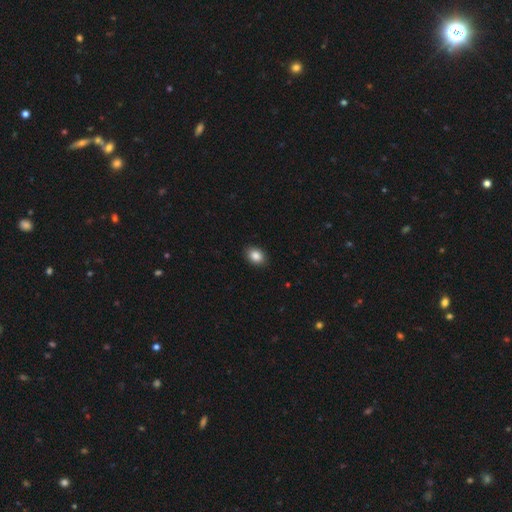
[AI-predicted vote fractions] Morphology: type=smooth (87%); roundness=in between (69%); merging=none (90%).